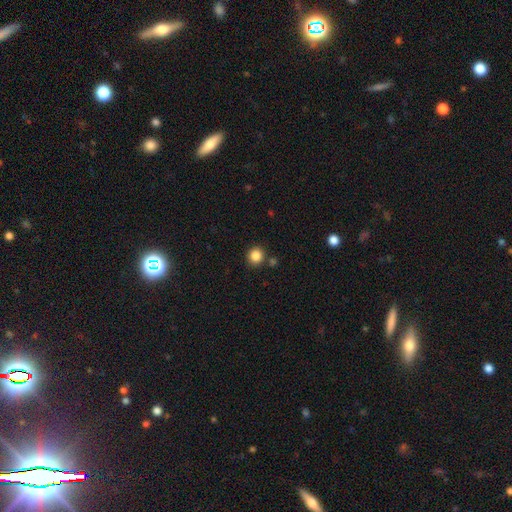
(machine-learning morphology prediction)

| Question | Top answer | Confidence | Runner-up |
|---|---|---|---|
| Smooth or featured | smooth | 86% | star or artifact (11%) |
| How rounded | round | 90% | in between (9%) |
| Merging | none | 83% | minor disturbance (8%) |